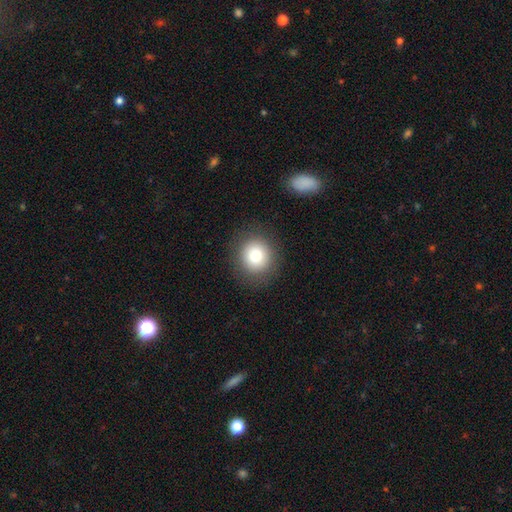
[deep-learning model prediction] This is likely a smooth galaxy (77%). How rounded: clearly round (90%). Merging: clearly none (88%).